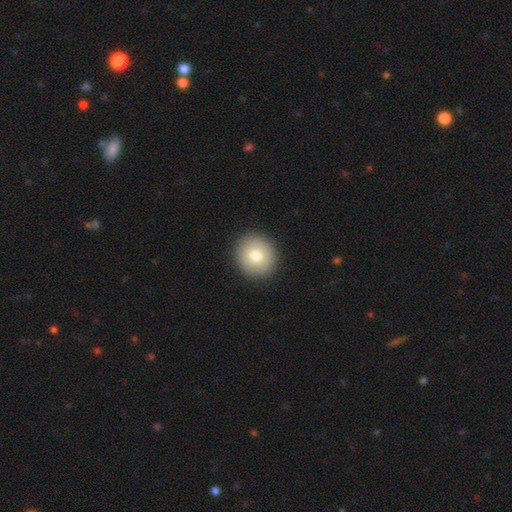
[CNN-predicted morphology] Smooth or featured: smooth — 74% (featured or disk — 16%)
How rounded: round — 92% (in between — 7%)
Merging: none — 92% (minor disturbance — 5%)